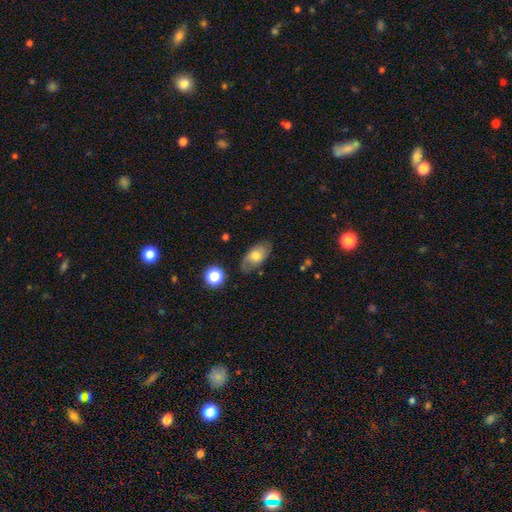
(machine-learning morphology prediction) Q: Smooth or featured?
A: smooth (61%); runner-up: featured or disk (30%)
Q: How rounded?
A: in between (89%); runner-up: round (8%)
Q: Merging?
A: none (72%); runner-up: minor disturbance (20%)